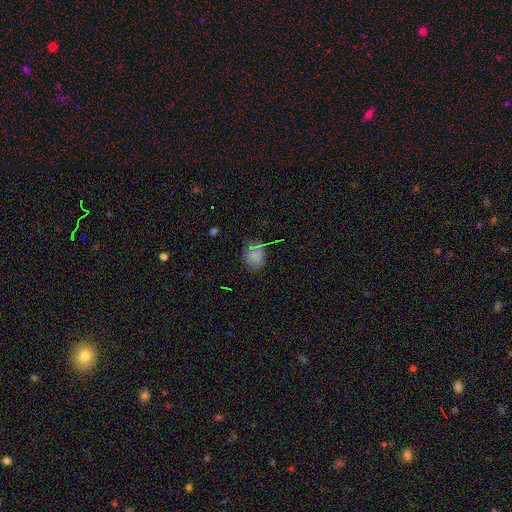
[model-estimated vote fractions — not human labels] Overall: smooth (67%). How rounded: round (64%; in between 34%). Merging: none (75%).